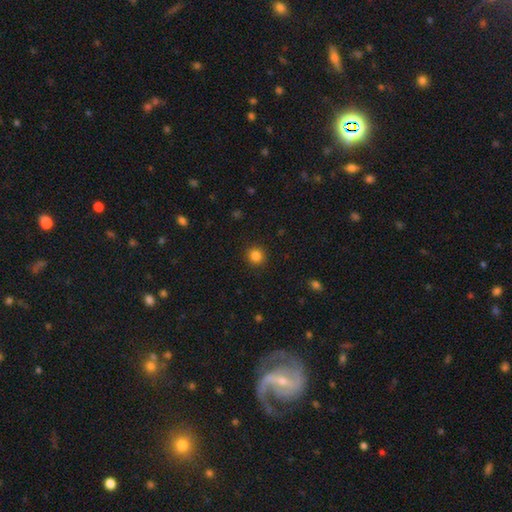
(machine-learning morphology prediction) Smooth or featured?
  - smooth: 84% *
  - star or artifact: 12%
  - featured or disk: 4%
How rounded?
  - round: 92% *
  - in between: 7%
  - cigar-shaped: 1%
Merging?
  - none: 91% *
  - minor disturbance: 5%
  - major disturbance: 2%
  - merger: 1%